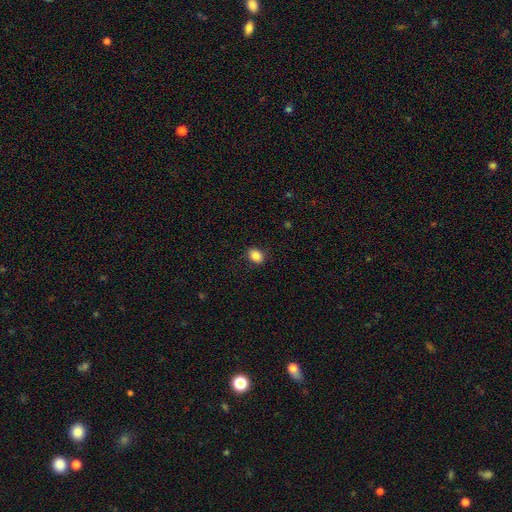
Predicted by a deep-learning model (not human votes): Smooth or featured: smooth — 86% (star or artifact — 9%)
How rounded: in between — 63% (round — 36%)
Merging: none — 87% (minor disturbance — 10%)